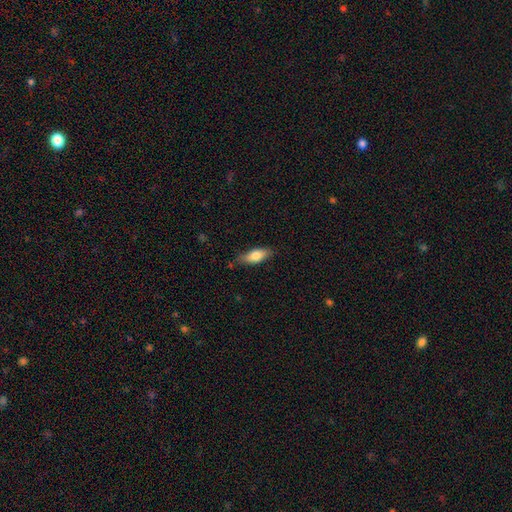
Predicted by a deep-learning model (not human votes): Smooth or featured? smooth (78%)
How rounded? in between (76%)
Merging? none (76%)